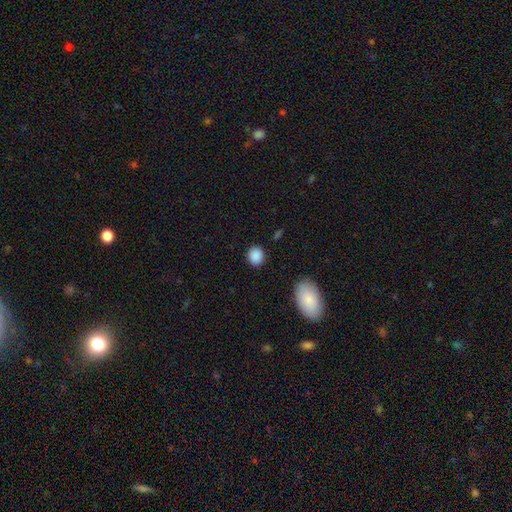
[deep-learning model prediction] Smooth or featured?
  - smooth: 88% *
  - star or artifact: 9%
  - featured or disk: 3%
How rounded?
  - round: 77% *
  - in between: 22%
  - cigar-shaped: 1%
Merging?
  - none: 88% *
  - minor disturbance: 8%
  - major disturbance: 3%
  - merger: 2%